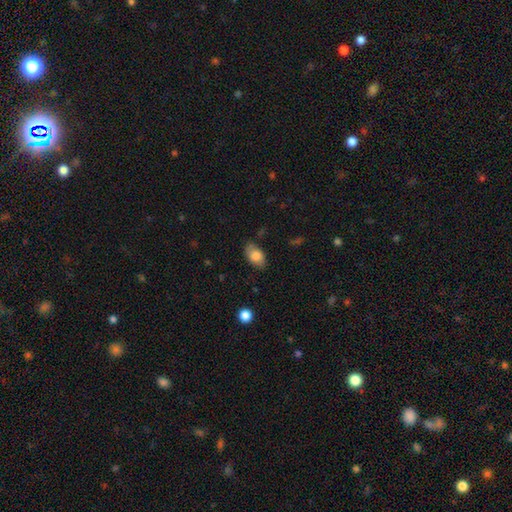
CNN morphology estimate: The model was most divided on "merging": none: 75%, minor disturbance: 20%, major disturbance: 4%, merger: 2%. More confident: how rounded — in between (91%); smooth or featured — smooth (81%).